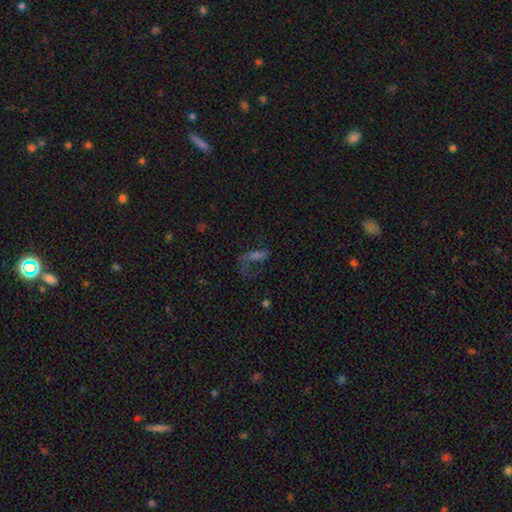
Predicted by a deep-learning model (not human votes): Morphology: type=smooth (35%, tied with featured or disk); merging=major disturbance (41%).